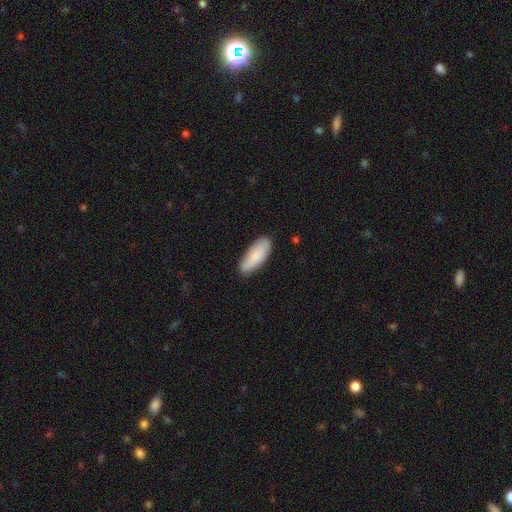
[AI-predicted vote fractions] The model was most divided on "how rounded": in between: 73%, cigar-shaped: 26%, round: 2%. More confident: smooth or featured — smooth (85%); merging — none (84%).